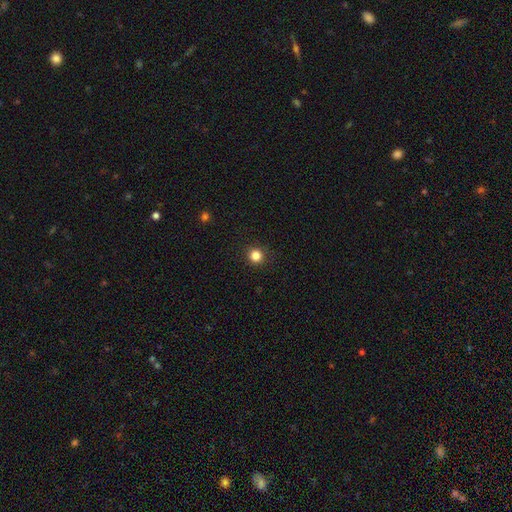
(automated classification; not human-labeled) smooth-or-featured: smooth: 84% | star or artifact: 12% | featured or disk: 4%
  how-rounded: round: 94% | in between: 5% | cigar-shaped: 1%
  merging: none: 92% | minor disturbance: 5% | major disturbance: 2% | merger: 1%